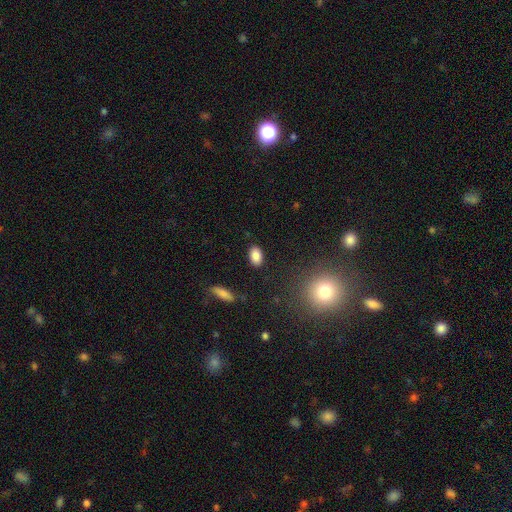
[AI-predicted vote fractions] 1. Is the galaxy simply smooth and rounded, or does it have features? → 85% smooth, 9% star or artifact, 6% featured or disk.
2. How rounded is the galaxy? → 90% in between, 8% round, 2% cigar-shaped.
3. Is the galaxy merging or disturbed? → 88% none, 9% minor disturbance, 2% major disturbance, 1% merger.